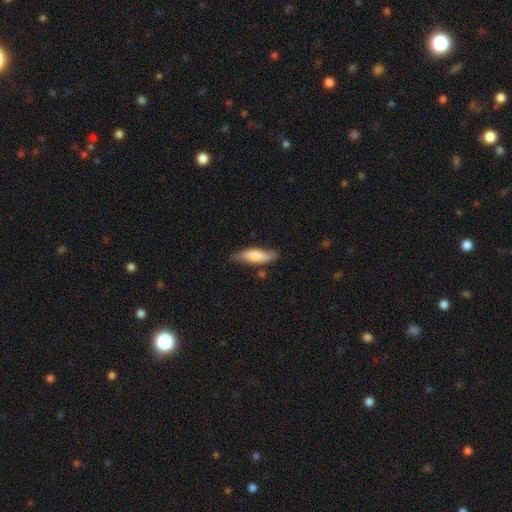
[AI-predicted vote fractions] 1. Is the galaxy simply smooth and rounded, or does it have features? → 79% smooth, 16% featured or disk, 6% star or artifact.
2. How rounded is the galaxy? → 52% cigar-shaped, 46% in between, 2% round.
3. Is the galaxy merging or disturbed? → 74% none, 20% minor disturbance, 3% major disturbance, 3% merger.